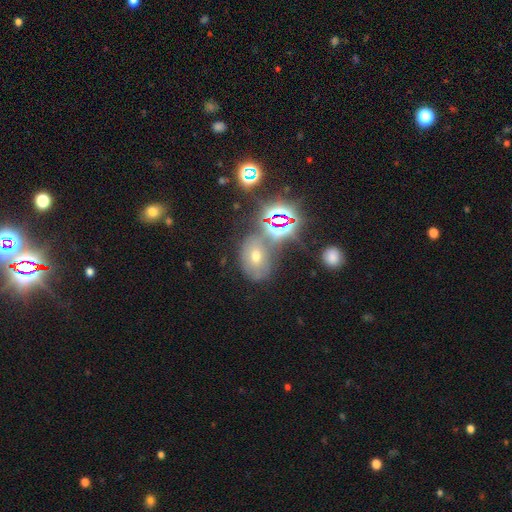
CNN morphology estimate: Overall: smooth (41%; star or artifact 35%). Merging: none (57%; minor disturbance 18%).